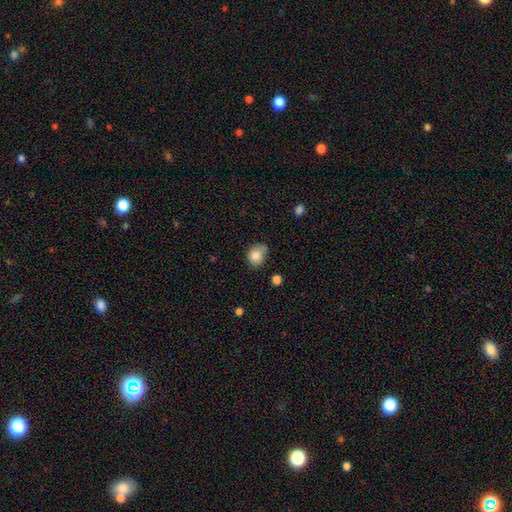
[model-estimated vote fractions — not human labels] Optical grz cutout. It shows a smooth galaxy with no disk features (82%) that is round (59%). Merging: none (57%).